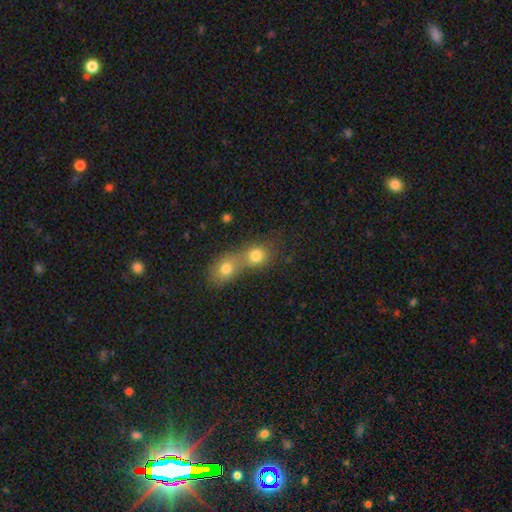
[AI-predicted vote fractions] A smooth galaxy with no disk features (78%) that is round (73%).

Vote fractions:
- Smooth or featured? smooth: 78% / star or artifact: 12% / featured or disk: 11%
- How rounded? round: 73% / in between: 26% / cigar-shaped: 2%
- Merging? merger: 65% / none: 27% / minor disturbance: 5% / major disturbance: 3%